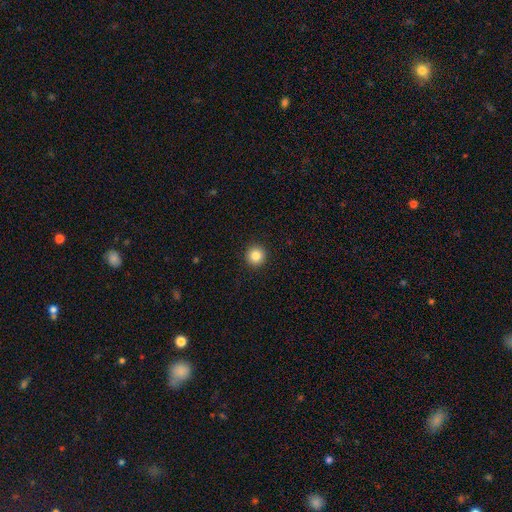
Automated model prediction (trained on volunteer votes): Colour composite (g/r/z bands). It shows a smooth galaxy with no disk features (84%) that is round (95%). Merging: none (93%).